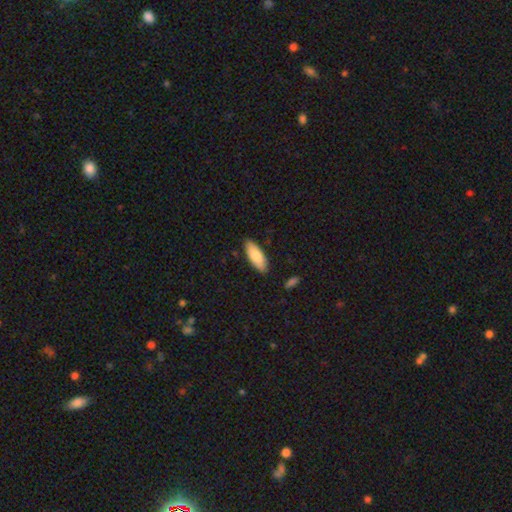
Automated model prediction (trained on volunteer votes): smooth 82%, featured or disk 12%, star or artifact 5%. Down the decision tree: how rounded — in between (74%); merging — none (87%).